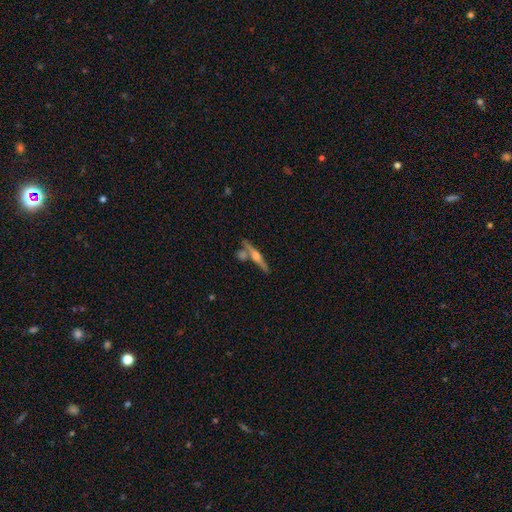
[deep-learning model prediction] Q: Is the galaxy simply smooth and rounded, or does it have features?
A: featured or disk — 73%.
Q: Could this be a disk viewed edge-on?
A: yes — 97%.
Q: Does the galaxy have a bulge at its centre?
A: rounded — 88%.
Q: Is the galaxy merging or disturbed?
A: none — 73%.